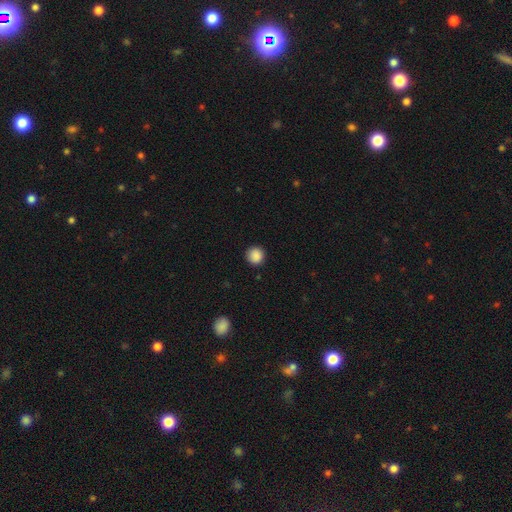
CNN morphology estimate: Q: Smooth or featured?
A: smooth (88%); runner-up: star or artifact (9%)
Q: How rounded?
A: round (94%); runner-up: in between (5%)
Q: Merging?
A: none (91%); runner-up: minor disturbance (6%)